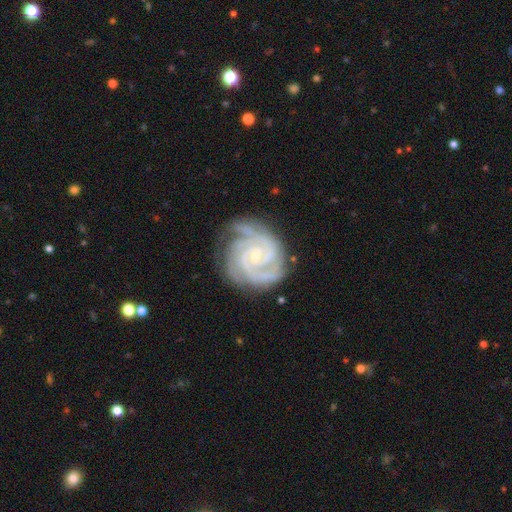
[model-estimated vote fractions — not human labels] Q: Smooth or featured?
A: featured or disk (92%); runner-up: star or artifact (5%)
Q: Edge-on disk?
A: no (98%); runner-up: yes (2%)
Q: Bar?
A: no (57%); runner-up: weak (32%)
Q: Spiral arms?
A: yes (99%); runner-up: no (1%)
Q: Spiral winding?
A: tight (76%); runner-up: medium (22%)
Q: Spiral arm count?
A: 3 (39%); runner-up: 2 (22%)
Q: Bulge size?
A: small (78%); runner-up: moderate (17%)
Q: Merging?
A: none (74%); runner-up: minor disturbance (19%)